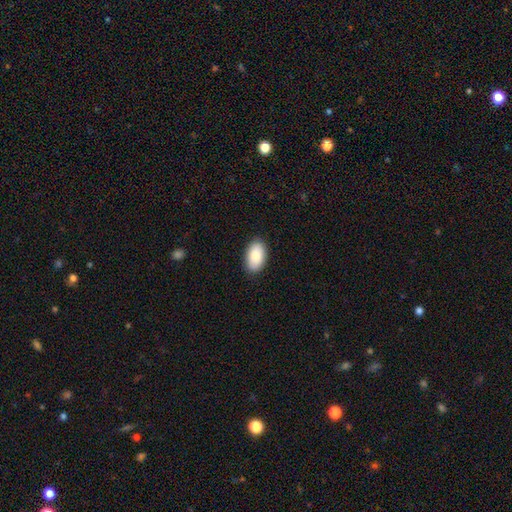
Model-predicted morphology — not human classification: Smooth or featured?
  - smooth: 85% *
  - featured or disk: 8%
  - star or artifact: 6%
How rounded?
  - in between: 94% *
  - round: 5%
  - cigar-shaped: 1%
Merging?
  - none: 88% *
  - minor disturbance: 9%
  - major disturbance: 2%
  - merger: 1%